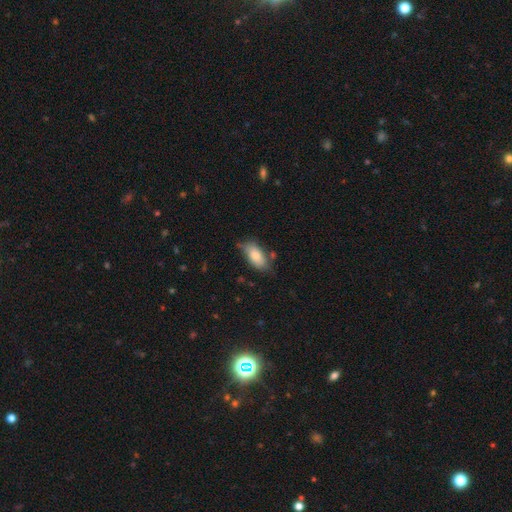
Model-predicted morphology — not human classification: Overall: smooth (82%). How rounded: in between (90%). Merging: none (65%).